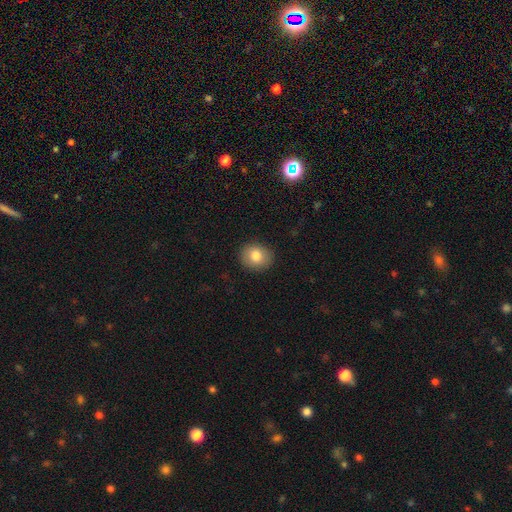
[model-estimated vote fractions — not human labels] This is clearly a smooth galaxy (81%). How rounded: likely round (71%). Merging: clearly none (90%).